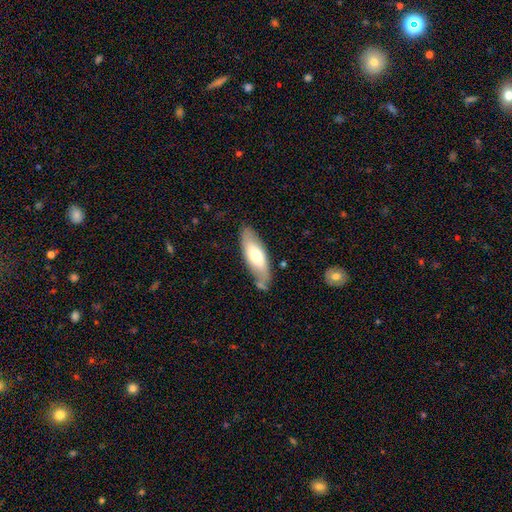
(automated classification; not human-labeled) smooth 63%, featured or disk 31%, star or artifact 6%. Down the decision tree: how rounded — in between (64%); merging — none (71%).